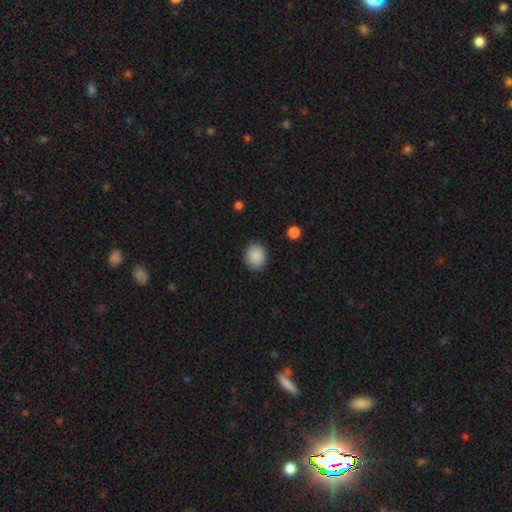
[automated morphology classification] This appears to be a smooth galaxy with no disk features (89%) that is round (70%). Merging: none (88%).